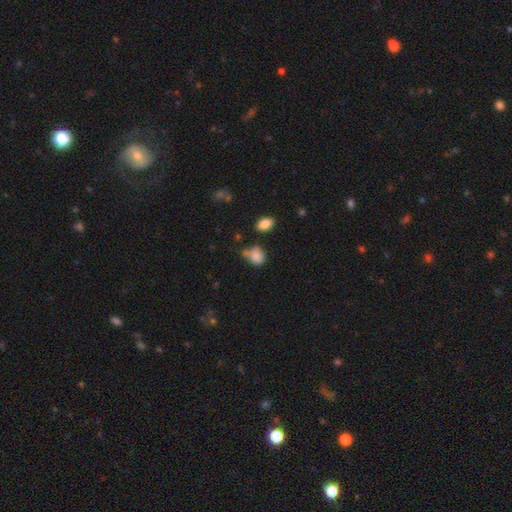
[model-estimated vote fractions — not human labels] Smooth or featured? Predicted: smooth (p=0.84). How rounded? Predicted: in between (p=0.60). Merging? Predicted: none (p=0.50).